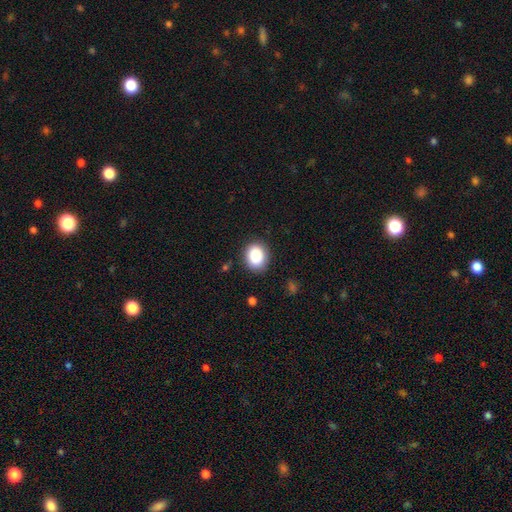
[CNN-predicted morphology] A smooth galaxy with no disk features (88%) that is in between round and cigar-shaped (50%). Merging: none (86%).